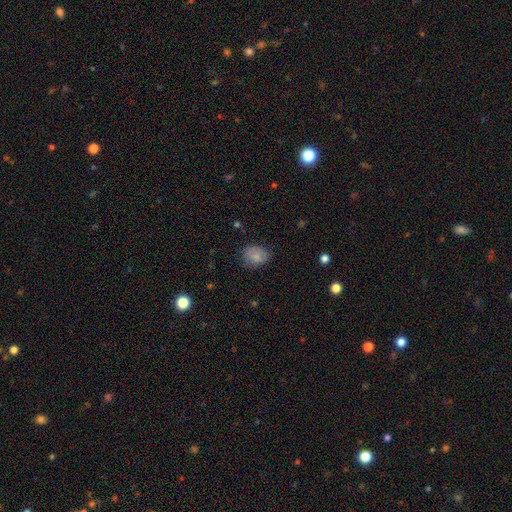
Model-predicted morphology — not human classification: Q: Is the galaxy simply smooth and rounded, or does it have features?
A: smooth — 80%.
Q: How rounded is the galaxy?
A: in between — 62%.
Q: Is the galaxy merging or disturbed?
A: none — 69%.